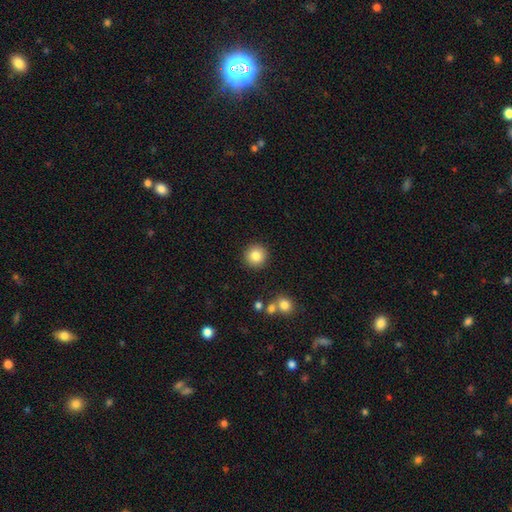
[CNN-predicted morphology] smooth-or-featured: smooth: 84% | star or artifact: 10% | featured or disk: 7%
  how-rounded: round: 94% | in between: 5% | cigar-shaped: 1%
  merging: none: 90% | minor disturbance: 6% | merger: 2% | major disturbance: 2%